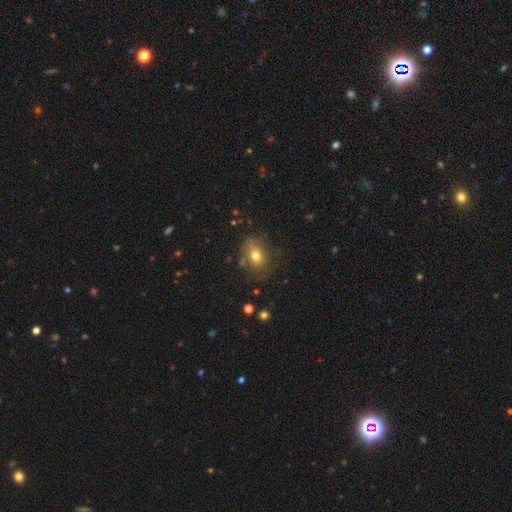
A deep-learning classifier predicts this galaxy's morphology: The model was most divided on "how rounded": round: 53%, in between: 45%, cigar-shaped: 1%. More confident: smooth or featured — smooth (71%); merging — none (66%).